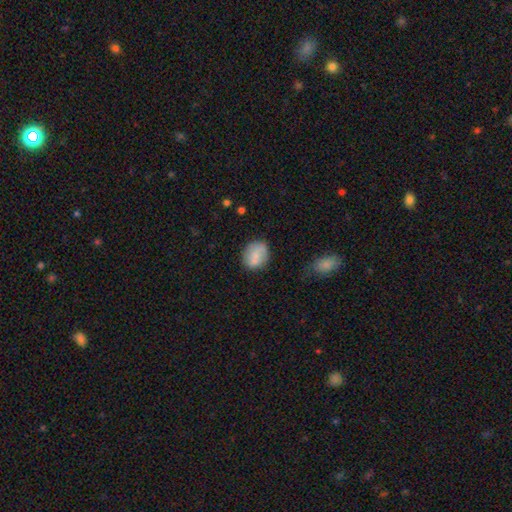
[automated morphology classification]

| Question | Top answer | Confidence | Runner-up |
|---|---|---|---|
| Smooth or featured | smooth | 73% | featured or disk (19%) |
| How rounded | round | 58% | in between (40%) |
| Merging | none | 67% | minor disturbance (20%) |